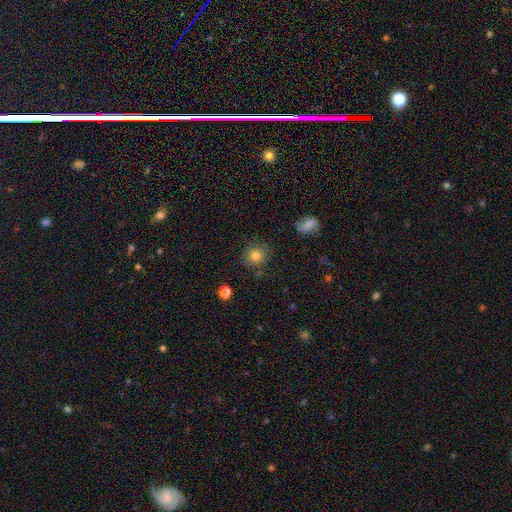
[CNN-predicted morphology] A smooth galaxy with no disk features (76%) that is round (92%). Merging: none (82%).